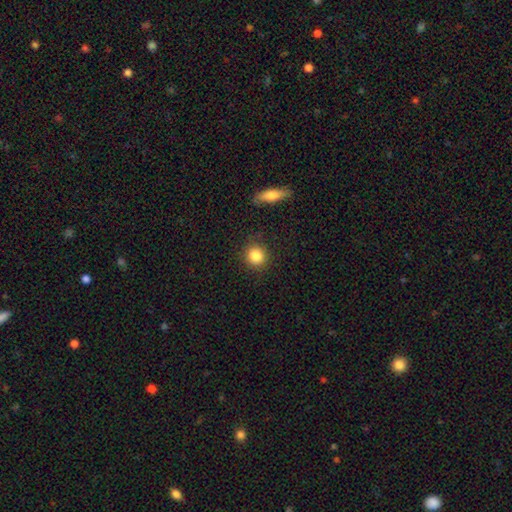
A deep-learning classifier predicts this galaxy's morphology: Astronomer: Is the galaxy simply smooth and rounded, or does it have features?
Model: smooth — 85%.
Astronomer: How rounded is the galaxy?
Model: round — 90%.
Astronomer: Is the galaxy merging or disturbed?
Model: none — 88%.